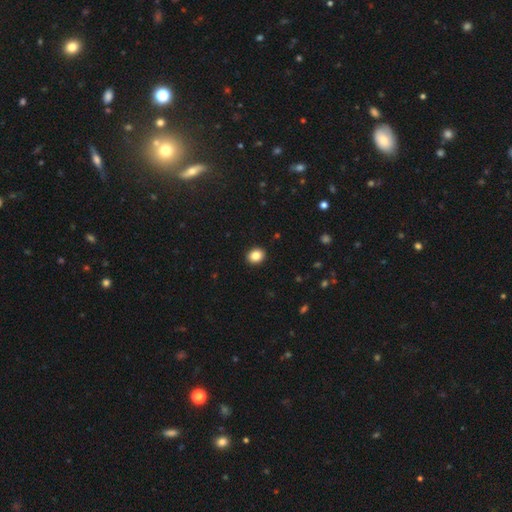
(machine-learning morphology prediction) Smooth or featured? smooth (85%)
How rounded? round (62%)
Merging? none (92%)